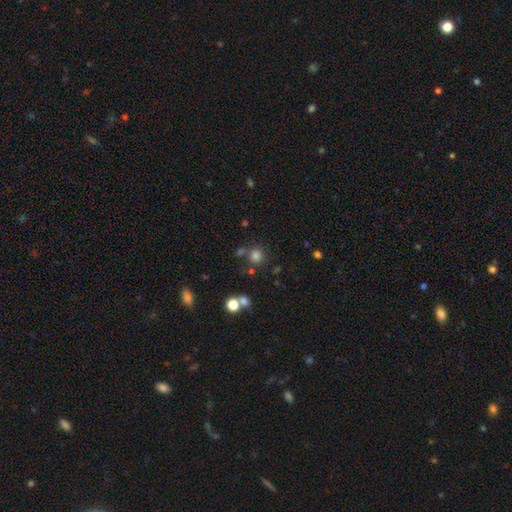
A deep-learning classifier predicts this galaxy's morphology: This appears to be a smooth galaxy with no disk features (77%) that is round (87%). Merging: none (72%).